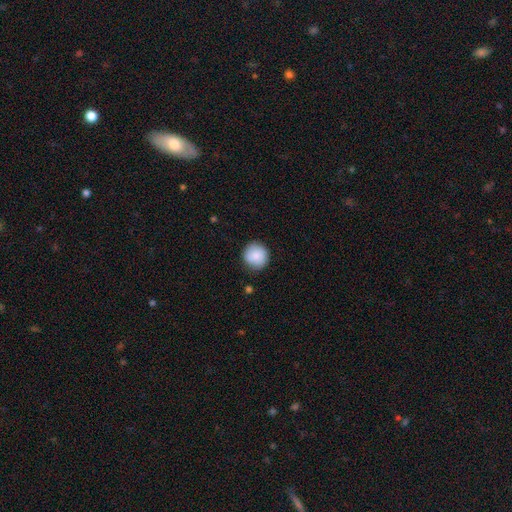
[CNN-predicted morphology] This is clearly a smooth galaxy (86%). How rounded: clearly round (94%). Merging: clearly none (86%).